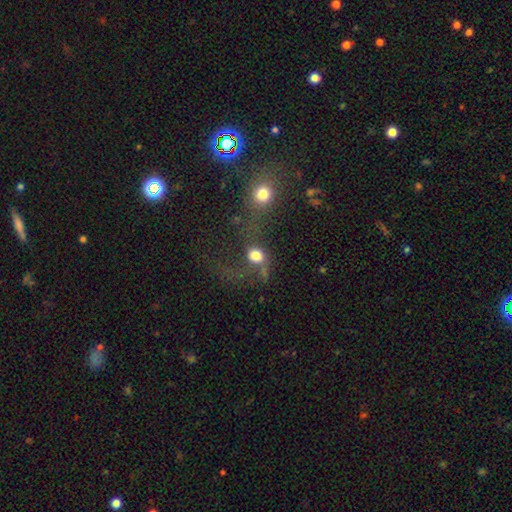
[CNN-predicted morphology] A smooth galaxy with no disk features (69%) that is round (67%).

Vote fractions:
- Smooth or featured? smooth: 69% / featured or disk: 18% / star or artifact: 13%
- How rounded? round: 67% / in between: 31% / cigar-shaped: 2%
- Merging? merger: 30% (tied) / major disturbance: 30% (tied) / none: 27% / minor disturbance: 13%